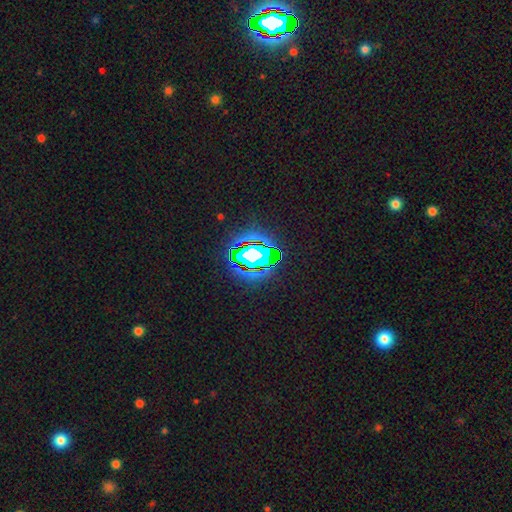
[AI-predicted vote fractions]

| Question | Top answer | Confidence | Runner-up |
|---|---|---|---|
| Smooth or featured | star or artifact | 69% | smooth (17%) |